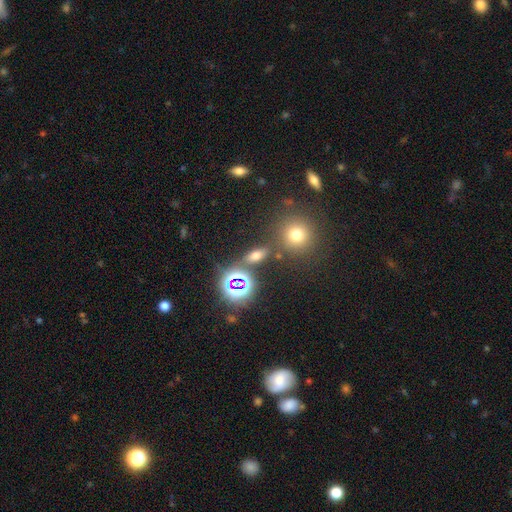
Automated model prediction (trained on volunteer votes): This is possibly a smooth galaxy (53%). How rounded: possibly in between (59%). Merging: clearly none (80%).